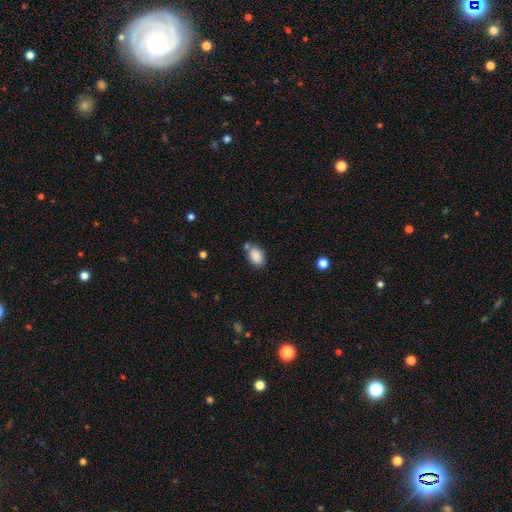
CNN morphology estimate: Smooth or featured: smooth — 87% (star or artifact — 8%)
How rounded: in between — 81% (round — 18%)
Merging: none — 65% (minor disturbance — 16%)